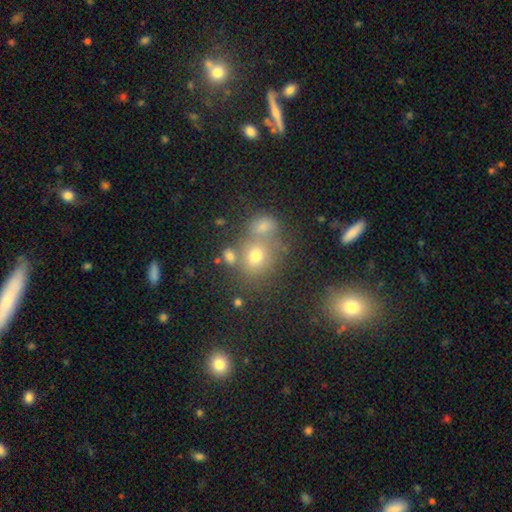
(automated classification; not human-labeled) Smooth or featured? smooth (66%)
How rounded? round (66%)
Merging? none (51%)